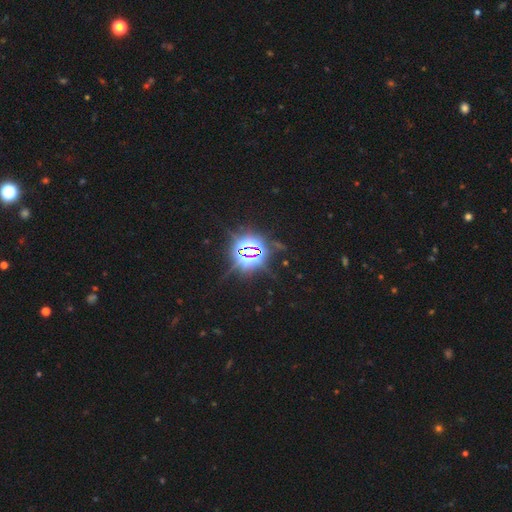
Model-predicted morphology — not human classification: type=star or artifact (84%).